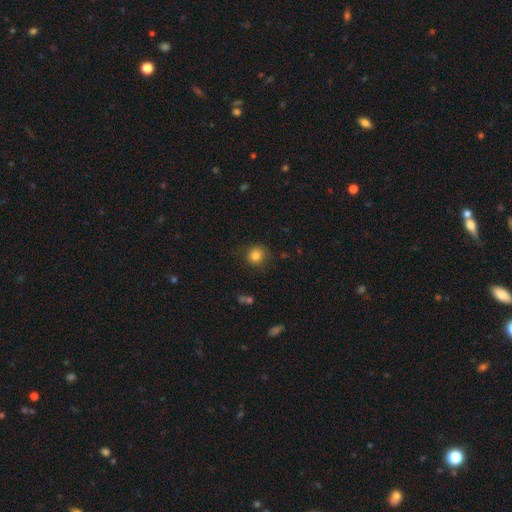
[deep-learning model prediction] A smooth galaxy with no disk features (82%) that is round (89%). Merging: none (82%).